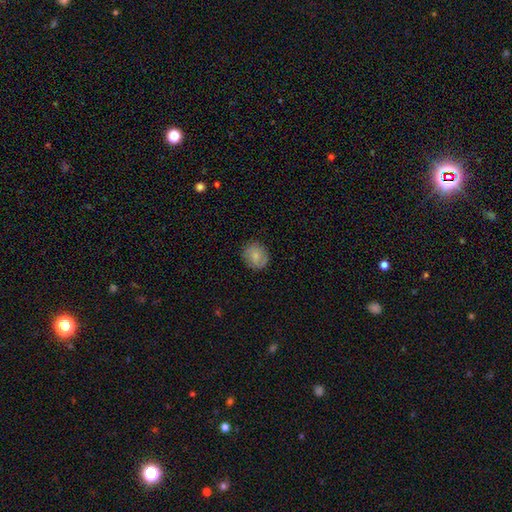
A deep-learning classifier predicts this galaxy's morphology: smooth-or-featured: smooth: 71% | featured or disk: 21% | star or artifact: 8%
  how-rounded: round: 78% | in between: 21% | cigar-shaped: 1%
  merging: none: 83% | minor disturbance: 12% | major disturbance: 3% | merger: 1%